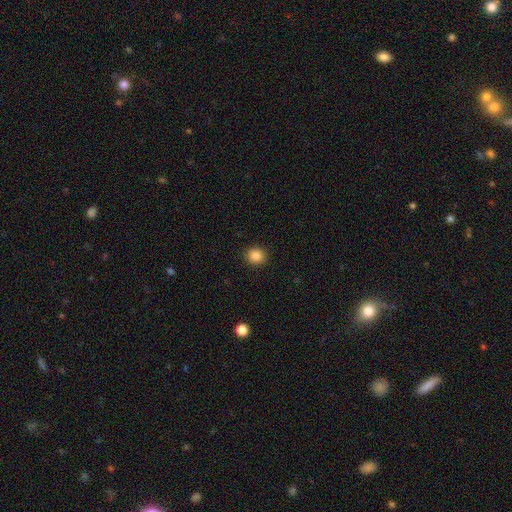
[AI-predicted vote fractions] Overall: smooth (86%). How rounded: round (82%). Merging: none (92%).